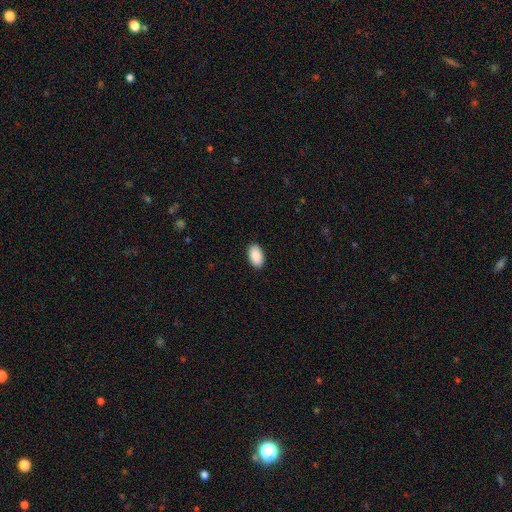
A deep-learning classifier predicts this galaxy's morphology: Smooth or featured? Predicted: smooth (p=0.91). How rounded? Predicted: in between (p=0.95). Merging? Predicted: none (p=0.90).